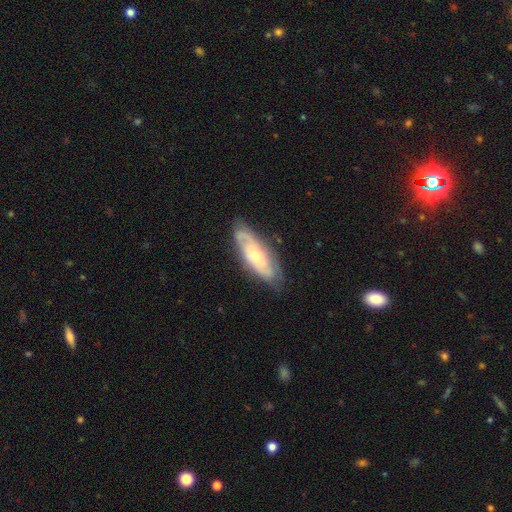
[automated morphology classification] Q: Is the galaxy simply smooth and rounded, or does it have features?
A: featured or disk — 65%.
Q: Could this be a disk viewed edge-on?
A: no — 81%.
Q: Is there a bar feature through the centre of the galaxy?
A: no — 73%.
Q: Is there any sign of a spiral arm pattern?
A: yes — 84%.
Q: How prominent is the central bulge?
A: small — 55%.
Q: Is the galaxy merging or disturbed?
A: none — 75%.